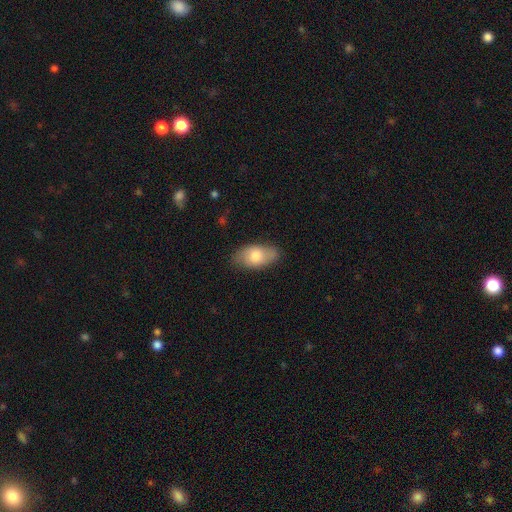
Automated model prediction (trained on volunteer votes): A smooth galaxy with no disk features (73%) that is in between round and cigar-shaped (93%). Merging: none (81%).